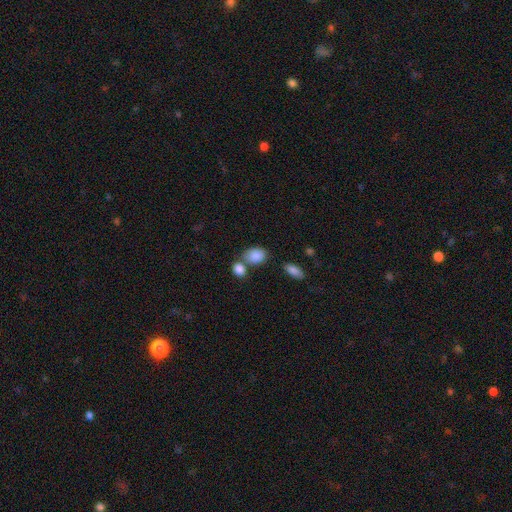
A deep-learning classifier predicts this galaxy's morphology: Overall: smooth (87%). How rounded: in between (72%). Merging: none (51%; merger 31%).